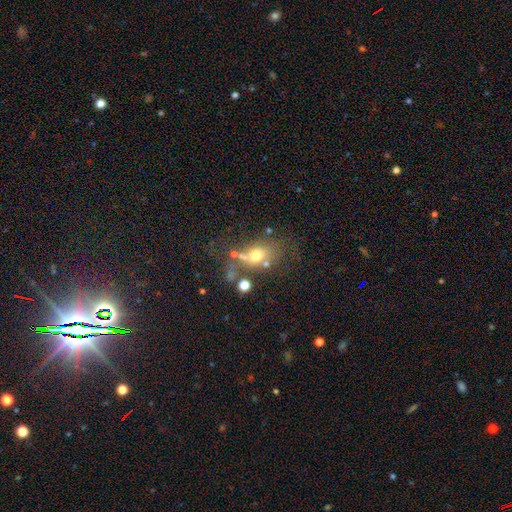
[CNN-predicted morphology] type=smooth (58%); roundness=in between (60%); merging=none (41%).